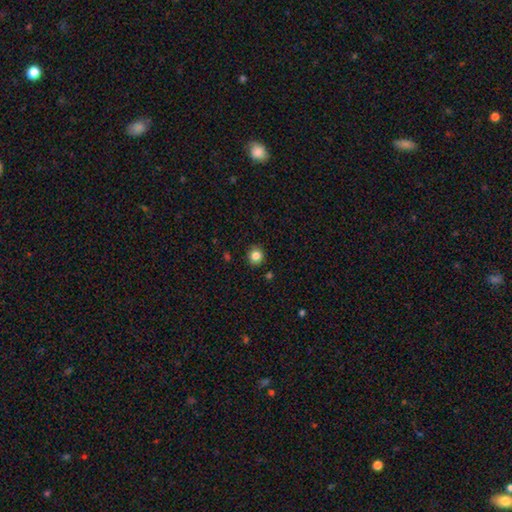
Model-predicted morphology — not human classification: A smooth galaxy with no disk features (83%) that is round (88%). Merging: none (90%).